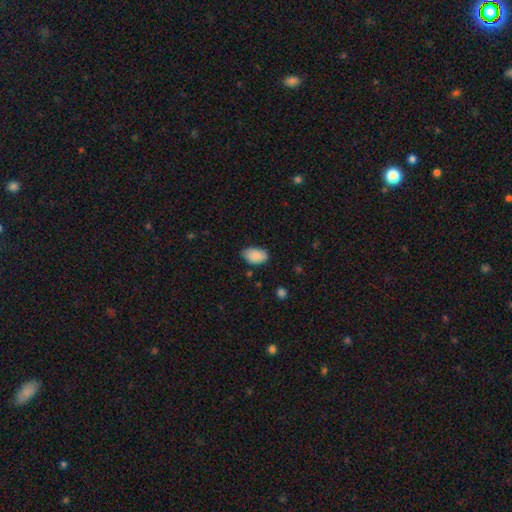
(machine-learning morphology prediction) Smooth or featured?
  - smooth: 89% *
  - star or artifact: 7%
  - featured or disk: 4%
How rounded?
  - in between: 92% *
  - round: 7%
  - cigar-shaped: 1%
Merging?
  - none: 77% *
  - minor disturbance: 19%
  - major disturbance: 3%
  - merger: 1%